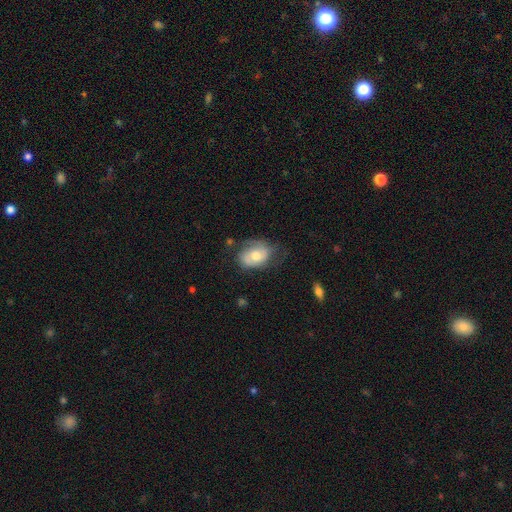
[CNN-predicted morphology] Smooth or featured? featured or disk (52%)
Edge-on disk? no (95%)
Merging? none (55%)